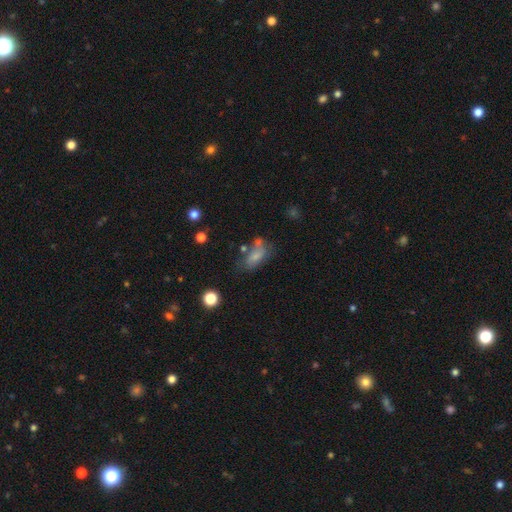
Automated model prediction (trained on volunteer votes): A smooth galaxy with no disk features (65%) that is in between round and cigar-shaped (86%). Merging: none (36%).